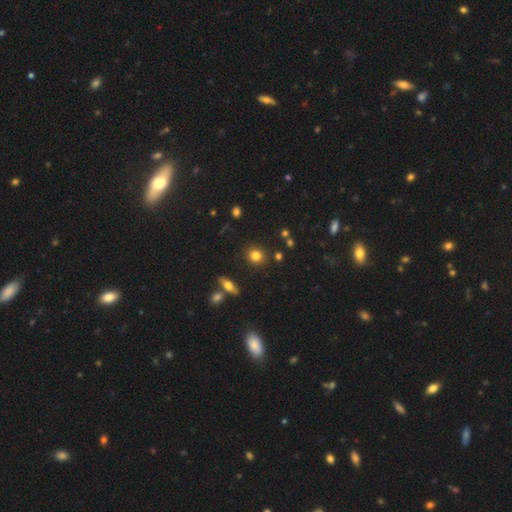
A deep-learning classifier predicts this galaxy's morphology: Smooth or featured: smooth — 80% (star or artifact — 12%)
How rounded: round — 77% (in between — 21%)
Merging: none — 85% (minor disturbance — 9%)